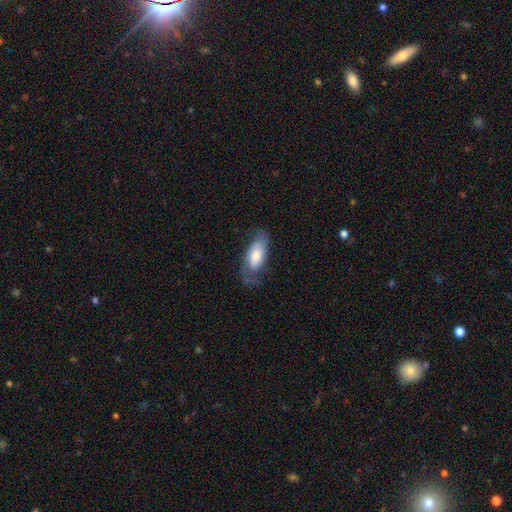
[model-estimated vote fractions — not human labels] A featured or disk galaxy (52%).

Vote fractions:
- Smooth or featured? featured or disk: 52% / smooth: 41% / star or artifact: 7%
- Edge-on disk? no: 88% / yes: 12%
- Merging? none: 62% / minor disturbance: 23% / major disturbance: 14% / merger: 1%